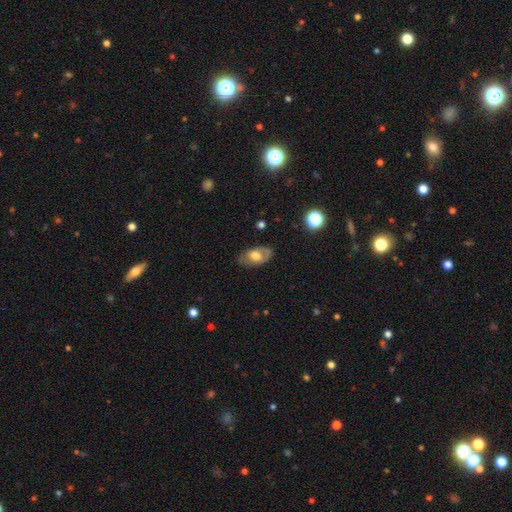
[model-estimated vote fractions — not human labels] Q: Smooth or featured?
A: smooth (50%); runner-up: featured or disk (42%)
Q: How rounded?
A: in between (89%); runner-up: round (9%)
Q: Merging?
A: none (75%); runner-up: minor disturbance (18%)